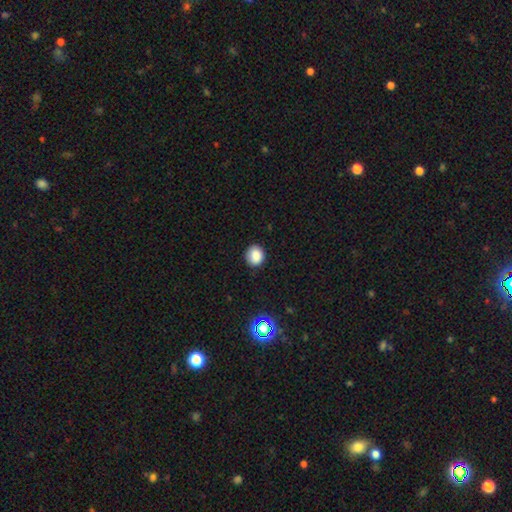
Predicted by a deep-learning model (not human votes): Smooth or featured: smooth — 86% (star or artifact — 11%)
How rounded: round — 78% (in between — 21%)
Merging: none — 87% (minor disturbance — 10%)